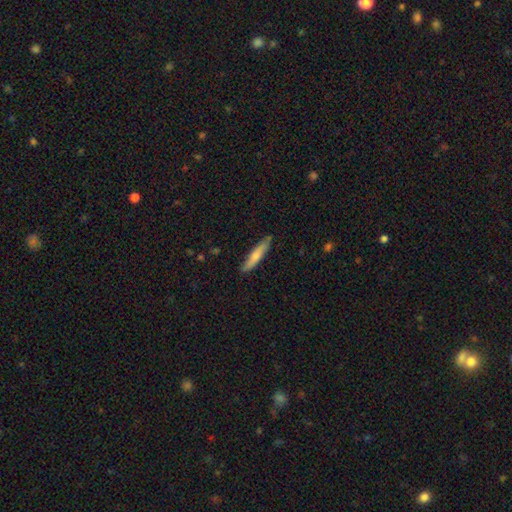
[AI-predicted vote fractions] smooth 69%, featured or disk 26%, star or artifact 5%. Down the decision tree: how rounded — cigar-shaped (88%); merging — none (85%).